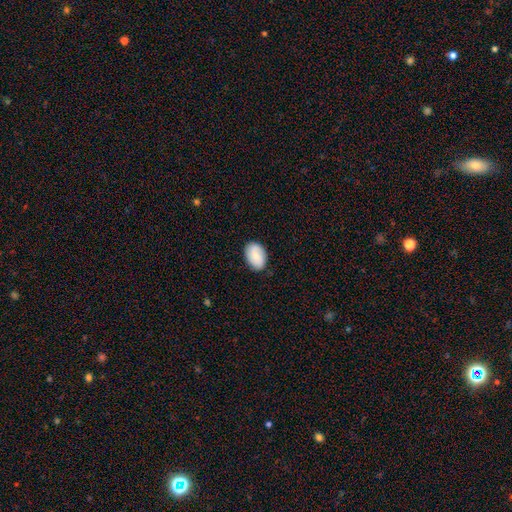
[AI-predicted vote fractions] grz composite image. It shows a smooth galaxy with no disk features (77%) that is in between round and cigar-shaped (86%). Merging: none (83%).